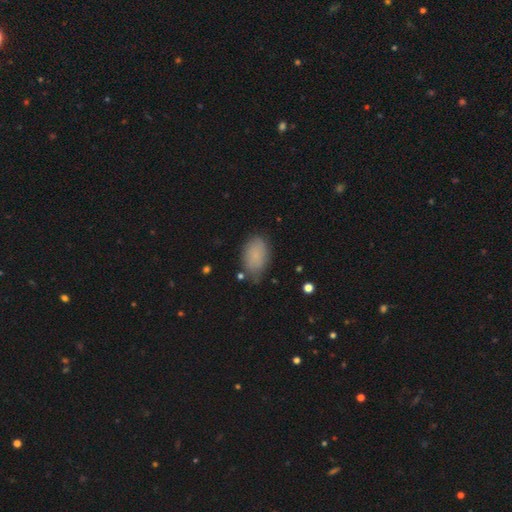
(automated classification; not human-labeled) A smooth galaxy with no disk features (82%) that is in between round and cigar-shaped (90%).

Vote fractions:
- Smooth or featured? smooth: 82% / featured or disk: 10% / star or artifact: 8%
- How rounded? in between: 90% / round: 8% / cigar-shaped: 2%
- Merging? none: 70% / minor disturbance: 22% / major disturbance: 5% / merger: 2%